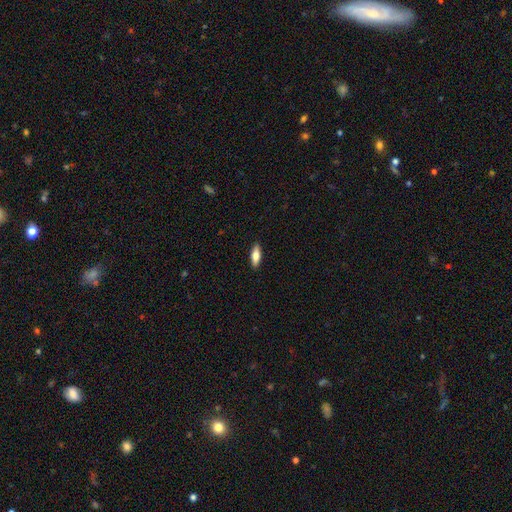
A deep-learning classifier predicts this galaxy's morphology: Smooth or featured: smooth — 67% (featured or disk — 27%)
How rounded: in between — 58% (cigar-shaped — 40%)
Merging: none — 90% (minor disturbance — 7%)